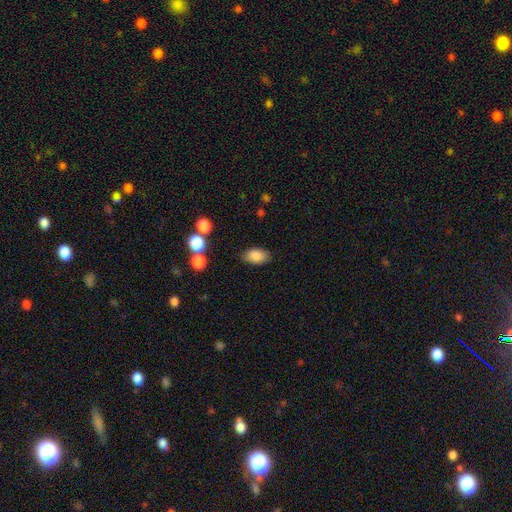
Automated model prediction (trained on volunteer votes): Smooth or featured?
  - smooth: 85% *
  - star or artifact: 8%
  - featured or disk: 6%
How rounded?
  - in between: 90% *
  - round: 8%
  - cigar-shaped: 2%
Merging?
  - none: 83% *
  - minor disturbance: 11%
  - major disturbance: 3%
  - merger: 2%